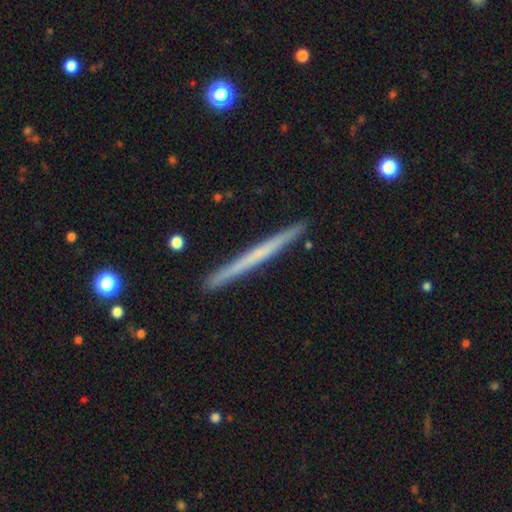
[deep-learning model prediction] Morphology: type=featured or disk (50%); merging=none (92%).